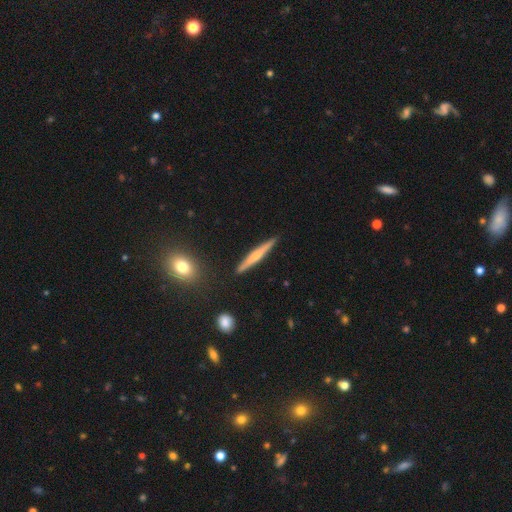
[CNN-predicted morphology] type=featured or disk (51%); edge-on=yes (97%); merging=none (89%).